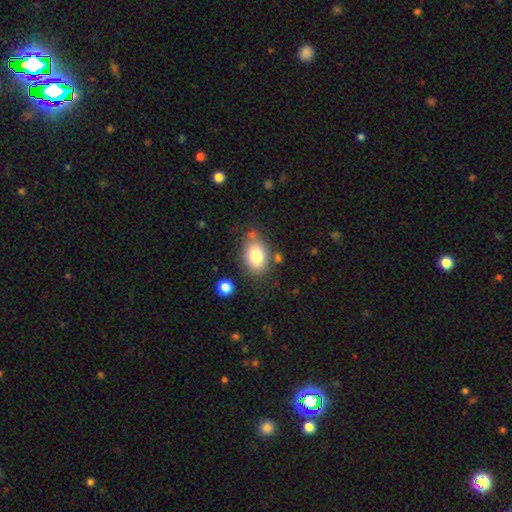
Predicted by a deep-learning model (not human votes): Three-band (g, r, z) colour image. It shows a smooth galaxy with no disk features (81%) that is in between round and cigar-shaped (81%). Merging: none (72%).